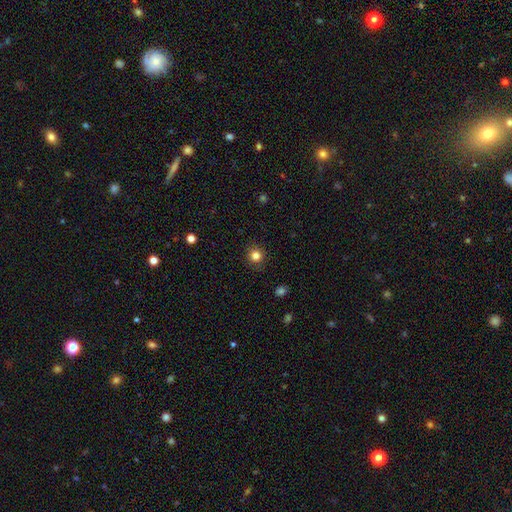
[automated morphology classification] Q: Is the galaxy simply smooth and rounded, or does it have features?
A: smooth — 82%.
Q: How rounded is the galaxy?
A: round — 92%.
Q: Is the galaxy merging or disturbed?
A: none — 90%.